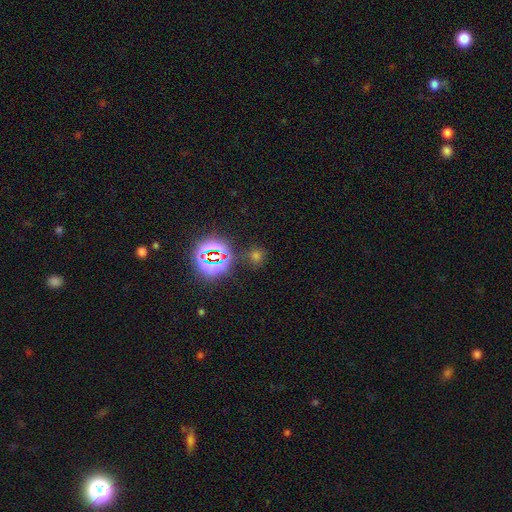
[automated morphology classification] A smooth galaxy with no disk features (48%).

Vote fractions:
- Smooth or featured? smooth: 48% / star or artifact: 45% / featured or disk: 7%
- Merging? none: 78% / minor disturbance: 11% / merger: 6% / major disturbance: 5%